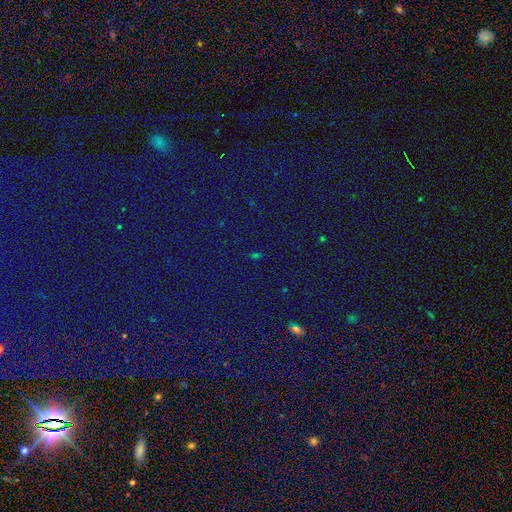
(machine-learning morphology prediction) Q: Smooth or featured?
A: star or artifact (69%); runner-up: smooth (22%)